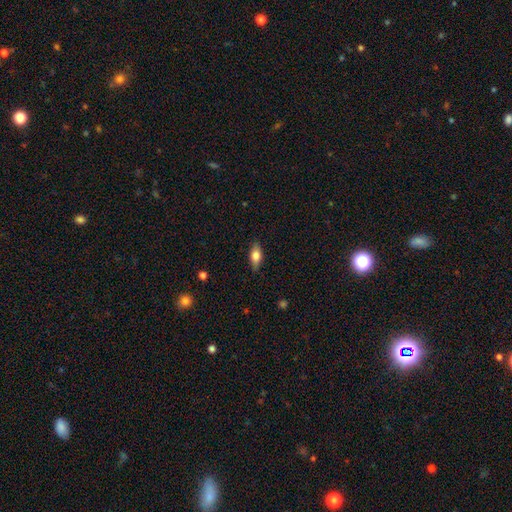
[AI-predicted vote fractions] Smooth or featured? smooth (72%)
How rounded? in between (80%)
Merging? none (86%)